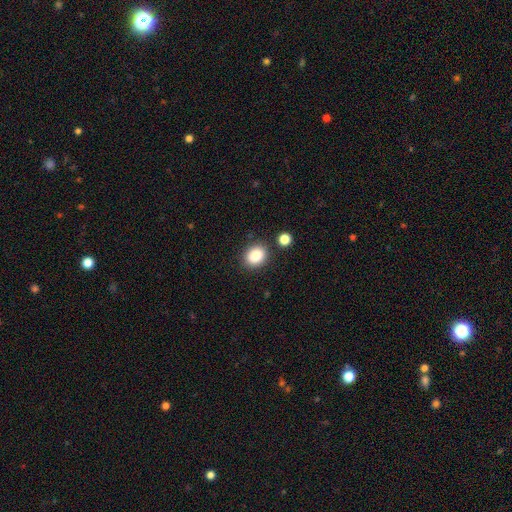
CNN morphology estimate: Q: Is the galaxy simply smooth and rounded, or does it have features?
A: smooth — 87%.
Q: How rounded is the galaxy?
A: round — 55%.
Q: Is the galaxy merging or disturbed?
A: none — 82%.